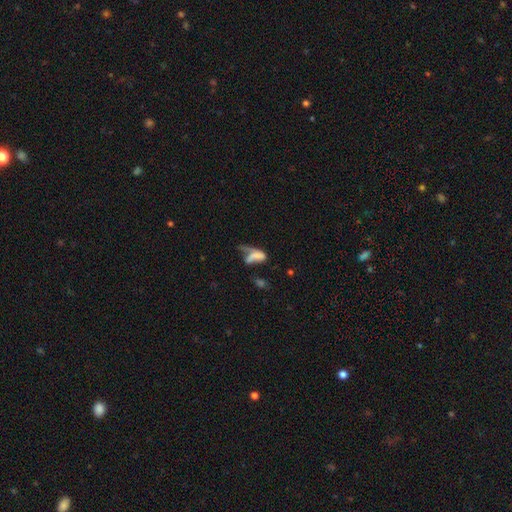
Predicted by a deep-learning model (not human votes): A smooth galaxy with no disk features (55%) that is in between round and cigar-shaped (64%).

Vote fractions:
- Smooth or featured? smooth: 55% / featured or disk: 30% / star or artifact: 15%
- How rounded? in between: 64% / cigar-shaped: 30% / round: 6%
- Merging? major disturbance: 33% / merger: 31% / none: 21% / minor disturbance: 14%